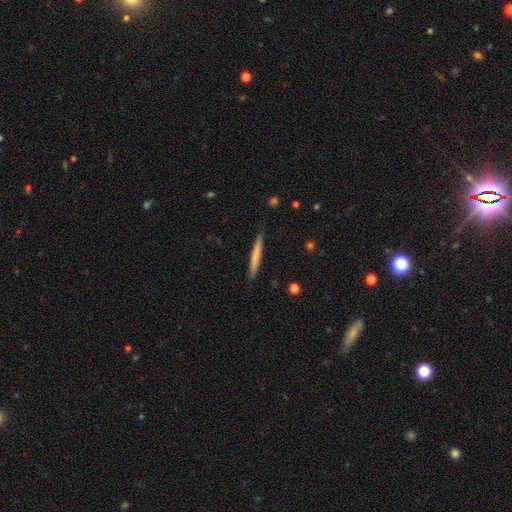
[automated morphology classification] This is likely a smooth galaxy (66%). How rounded: clearly cigar-shaped (96%). Merging: clearly none (88%).